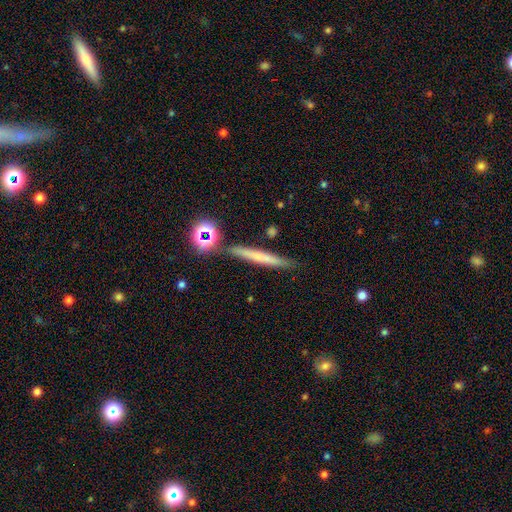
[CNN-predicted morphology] A smooth galaxy with no disk features (54%) that is cigar-shaped (93%).

Vote fractions:
- Smooth or featured? smooth: 54% / featured or disk: 34% / star or artifact: 12%
- How rounded? cigar-shaped: 93% / in between: 4% / round: 3%
- Merging? none: 84% / minor disturbance: 9% / merger: 4% / major disturbance: 3%